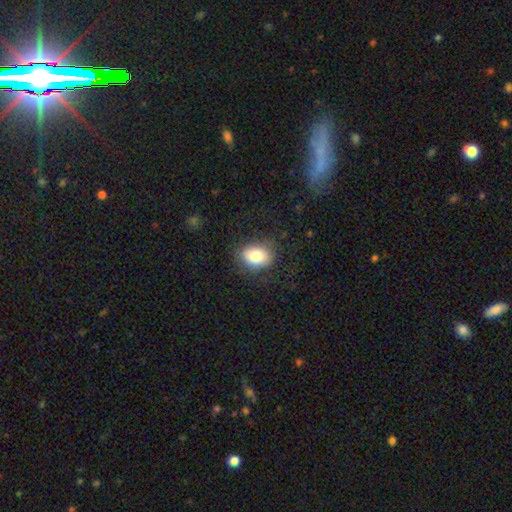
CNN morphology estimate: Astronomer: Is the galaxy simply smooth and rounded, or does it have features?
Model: smooth — 80%.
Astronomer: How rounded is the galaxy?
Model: in between — 68%.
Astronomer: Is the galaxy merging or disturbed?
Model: none — 78%.